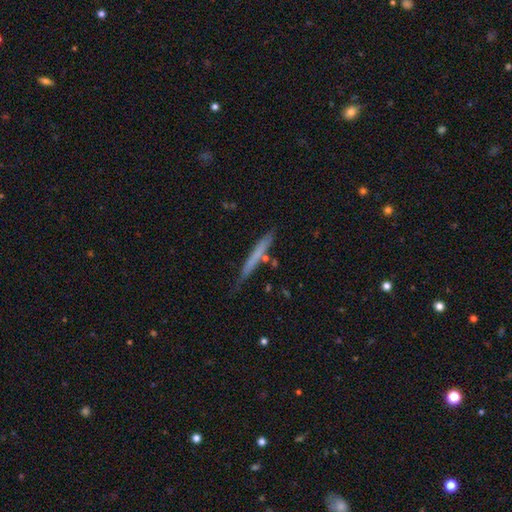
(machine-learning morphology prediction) Overall: smooth (58%; featured or disk 36%). How rounded: cigar-shaped (96%). Merging: none (78%).